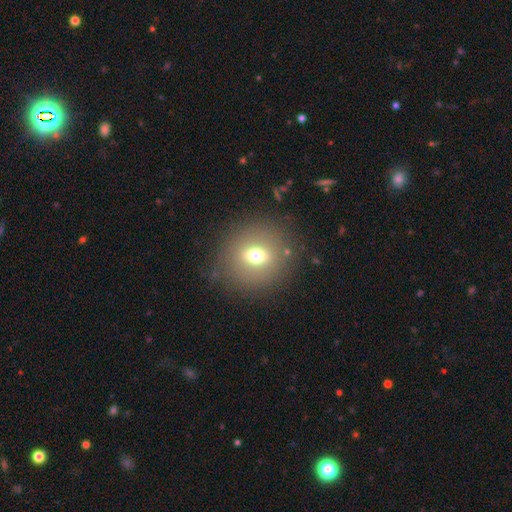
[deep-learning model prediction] Smooth or featured? smooth (61%)
How rounded? round (80%)
Merging? none (82%)